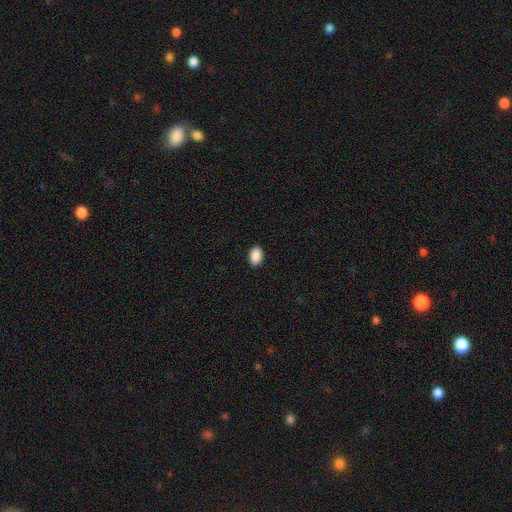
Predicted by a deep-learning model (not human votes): This appears to be a smooth galaxy with no disk features (90%) that is in between round and cigar-shaped (88%). Merging: none (91%).